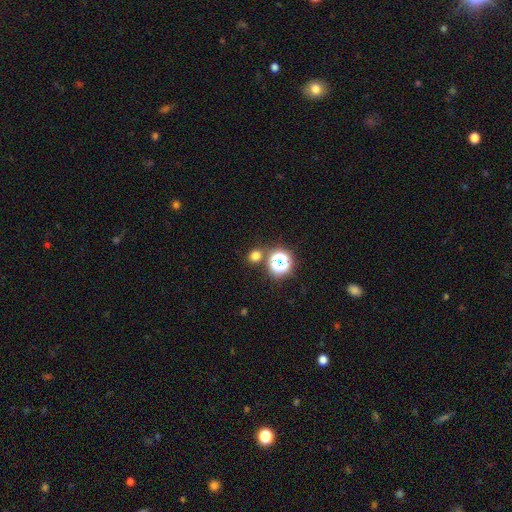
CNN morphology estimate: Smooth or featured: smooth — 69% (star or artifact — 25%)
How rounded: round — 75% (in between — 24%)
Merging: none — 78% (merger — 11%)